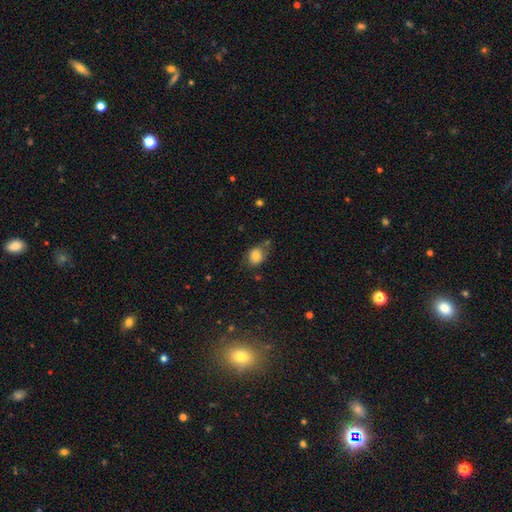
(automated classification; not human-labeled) A smooth galaxy with no disk features (79%) that is in between round and cigar-shaped (51%).

Vote fractions:
- Smooth or featured? smooth: 79% / featured or disk: 11% / star or artifact: 10%
- How rounded? in between: 51% / round: 48% / cigar-shaped: 1%
- Merging? none: 61% / minor disturbance: 25% / merger: 7% / major disturbance: 7%